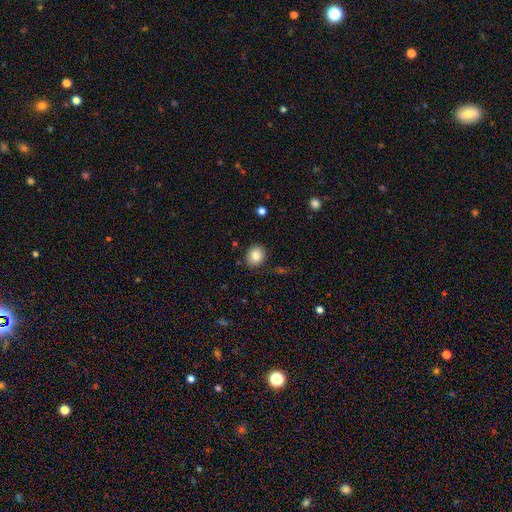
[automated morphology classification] A smooth galaxy with no disk features (84%) that is round (69%). Merging: none (86%).